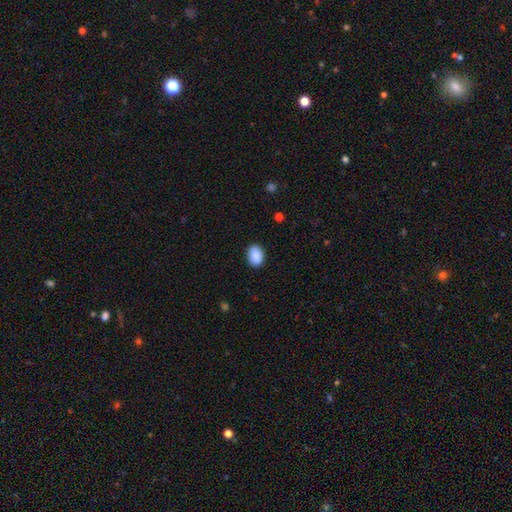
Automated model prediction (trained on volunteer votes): The model was most divided on "how rounded": in between: 82%, round: 17%, cigar-shaped: 1%. More confident: smooth or featured — smooth (90%); merging — none (88%).